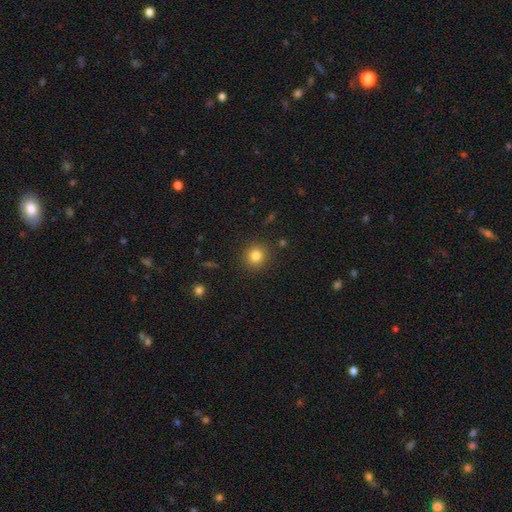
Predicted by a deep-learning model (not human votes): smooth_or_featured: smooth (p=0.82) [alt: star or artifact p=0.12]
how_rounded: round (p=0.90) [alt: in between p=0.09]
merging: none (p=0.89) [alt: minor disturbance p=0.07]